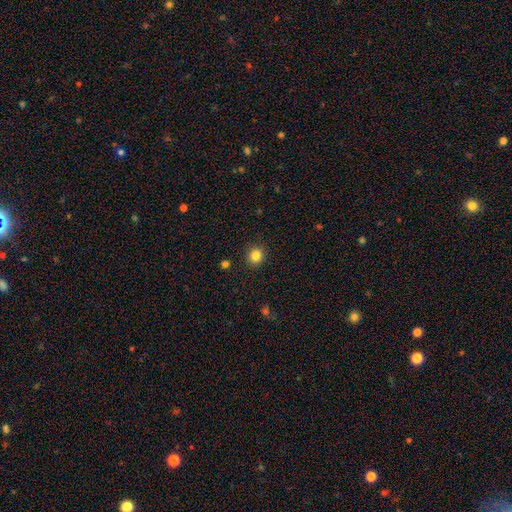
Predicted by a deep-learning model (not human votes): The model was most divided on "smooth or featured": smooth: 84%, star or artifact: 12%, featured or disk: 5%. More confident: merging — none (91%); how rounded — round (91%).